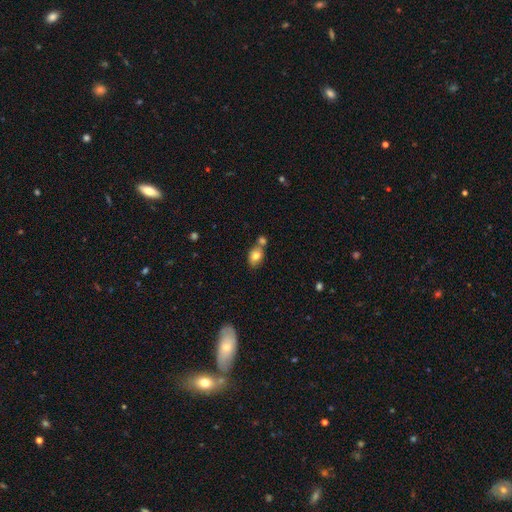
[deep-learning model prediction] Smooth or featured?
  - smooth: 80% *
  - featured or disk: 11%
  - star or artifact: 9%
How rounded?
  - in between: 71% *
  - round: 28%
  - cigar-shaped: 1%
Merging?
  - none: 49% *
  - merger: 35%
  - minor disturbance: 12%
  - major disturbance: 4%